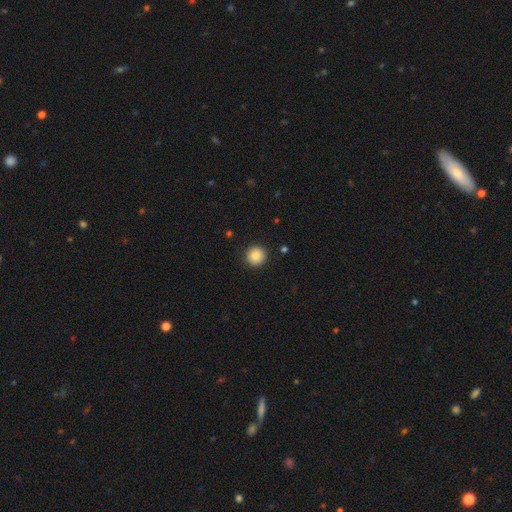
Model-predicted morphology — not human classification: A smooth galaxy with no disk features (86%) that is round (95%).

Vote fractions:
- Smooth or featured? smooth: 86% / star or artifact: 9% / featured or disk: 5%
- How rounded? round: 95% / in between: 4% / cigar-shaped: 1%
- Merging? none: 91% / minor disturbance: 6% / major disturbance: 2% / merger: 1%